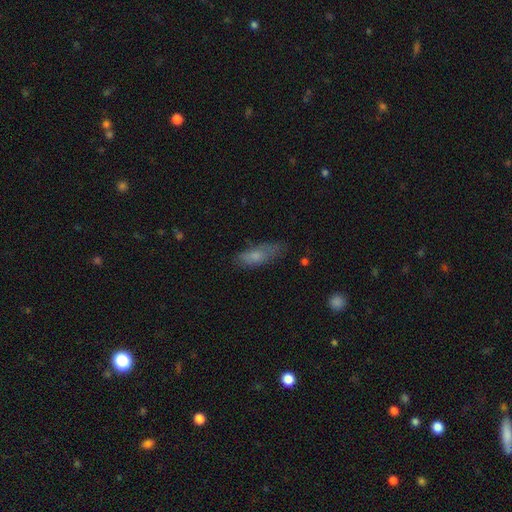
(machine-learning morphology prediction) This is likely a smooth galaxy (70%). How rounded: likely in between (64%). Merging: likely none (63%).